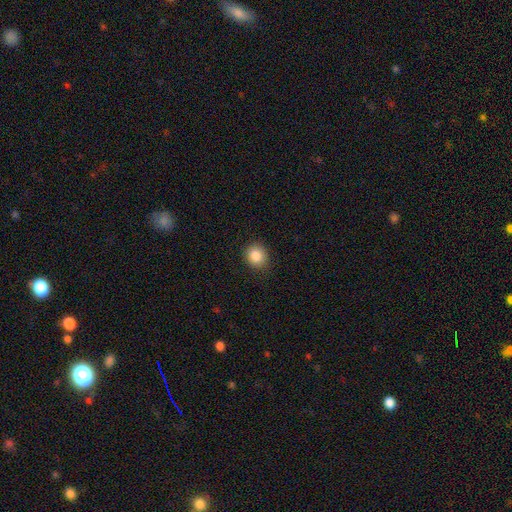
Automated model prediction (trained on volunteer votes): Q: Smooth or featured?
A: smooth (86%); runner-up: star or artifact (9%)
Q: How rounded?
A: round (80%); runner-up: in between (19%)
Q: Merging?
A: none (88%); runner-up: minor disturbance (9%)